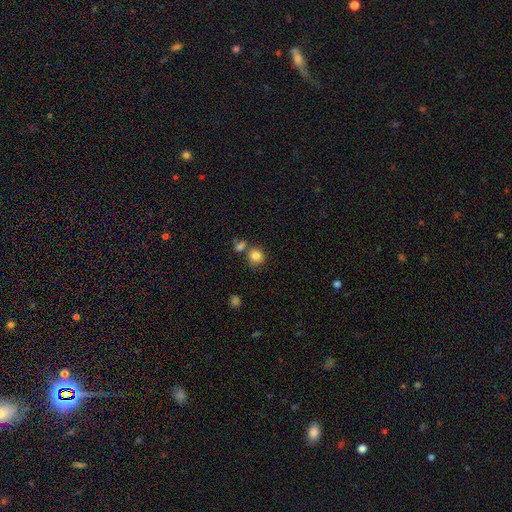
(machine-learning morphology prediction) The model was most divided on "merging": none: 65%, merger: 20%, minor disturbance: 11%, major disturbance: 4%. More confident: how rounded — round (85%); smooth or featured — smooth (83%).